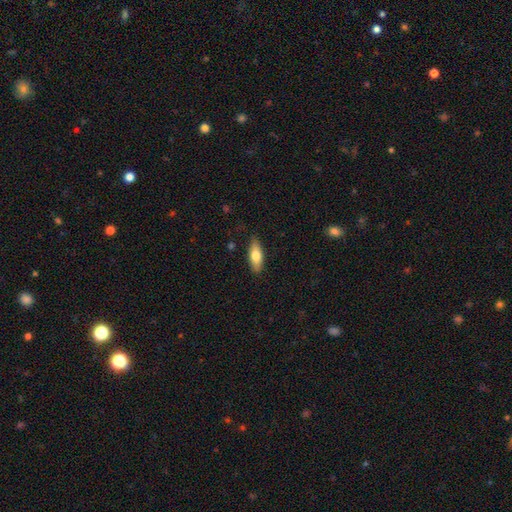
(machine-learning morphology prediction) Q: Smooth or featured?
A: smooth (71%); runner-up: featured or disk (23%)
Q: How rounded?
A: in between (66%); runner-up: cigar-shaped (31%)
Q: Merging?
A: none (85%); runner-up: minor disturbance (12%)